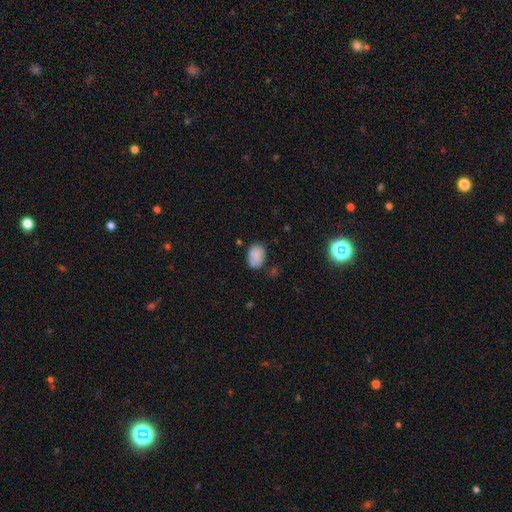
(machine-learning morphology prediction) smooth_or_featured: smooth (p=0.77) [alt: featured or disk p=0.14]
how_rounded: in between (p=0.76) [alt: round p=0.23]
merging: none (p=0.59) [alt: minor disturbance p=0.24]